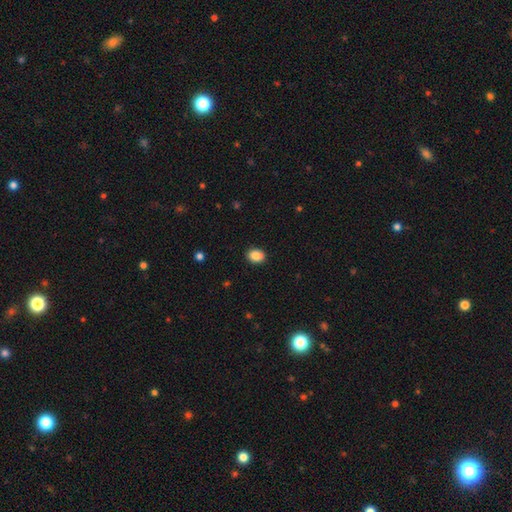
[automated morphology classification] Smooth or featured: smooth — 87% (star or artifact — 9%)
How rounded: in between — 62% (round — 36%)
Merging: none — 89% (minor disturbance — 8%)